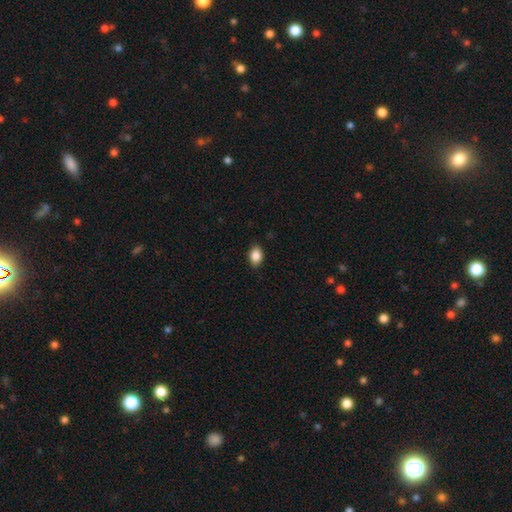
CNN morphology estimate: type=smooth (87%); roundness=in between (85%); merging=none (88%).